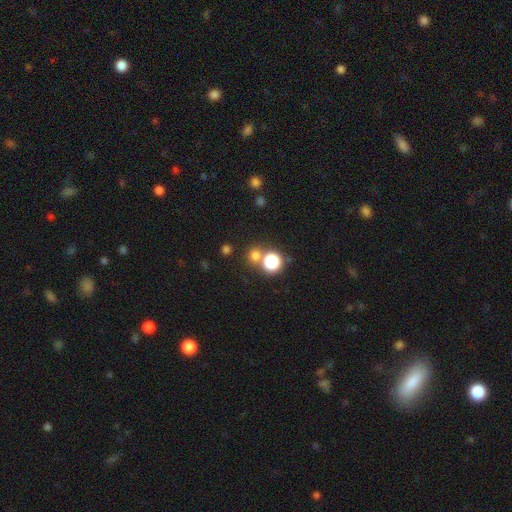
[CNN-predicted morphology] Smooth or featured: smooth — 67% (star or artifact — 27%)
How rounded: round — 89% (in between — 10%)
Merging: none — 70% (merger — 20%)